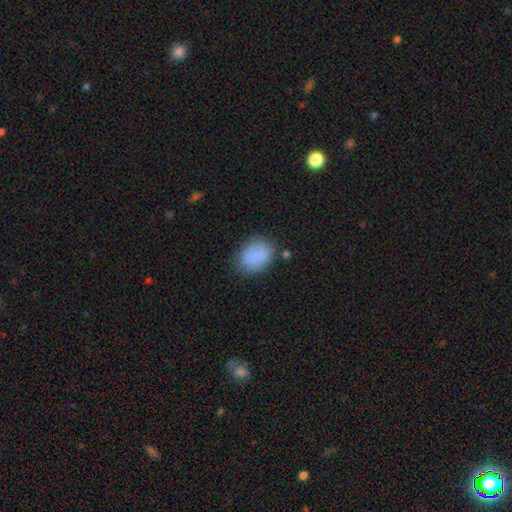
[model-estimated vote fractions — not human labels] Q: Smooth or featured?
A: smooth (85%); runner-up: star or artifact (9%)
Q: How rounded?
A: in between (55%); runner-up: round (44%)
Q: Merging?
A: none (75%); runner-up: minor disturbance (17%)